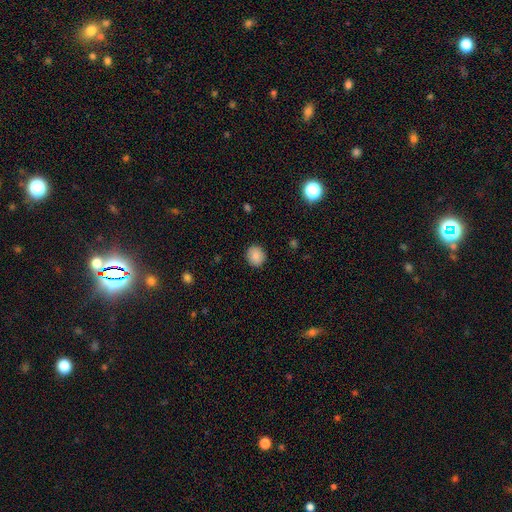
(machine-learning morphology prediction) Smooth or featured? Predicted: smooth (p=0.87). How rounded? Predicted: round (p=0.84). Merging? Predicted: none (p=0.90).